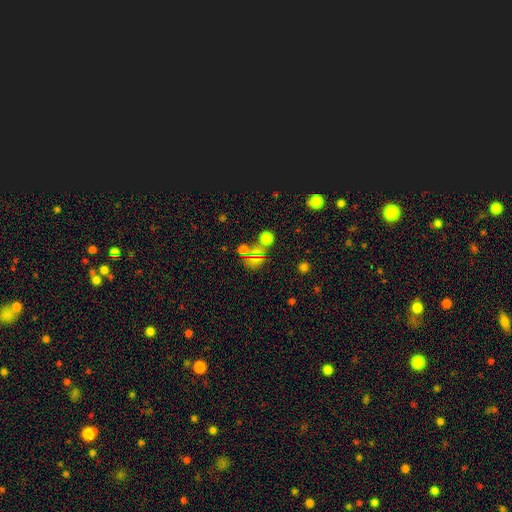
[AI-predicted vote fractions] Overall: smooth (60%; star or artifact 30%). How rounded: round (73%). Merging: none (55%; merger 24%).